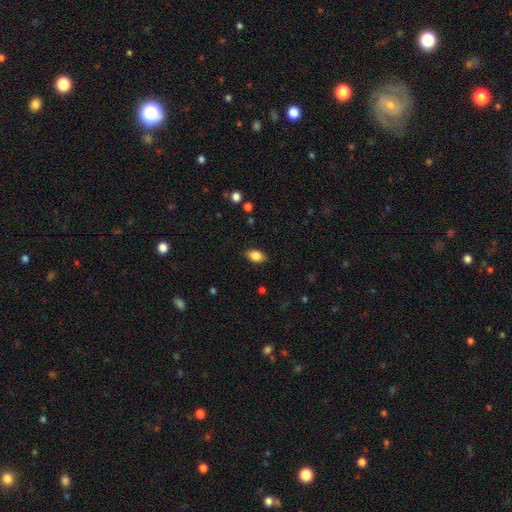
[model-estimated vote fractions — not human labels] Overall: smooth (86%). How rounded: in between (90%). Merging: none (86%).